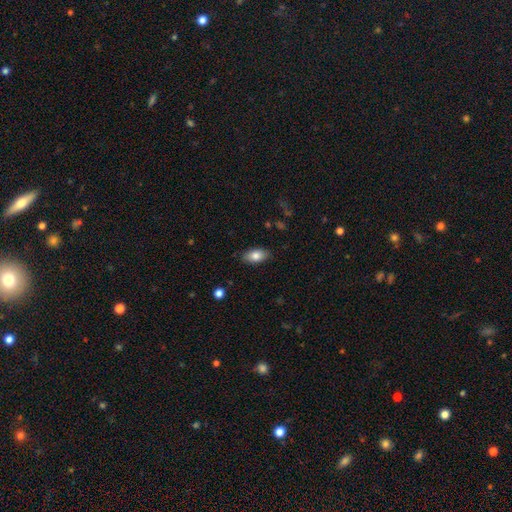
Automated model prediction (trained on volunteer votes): A smooth galaxy with no disk features (82%) that is in between round and cigar-shaped (92%).

Vote fractions:
- Smooth or featured? smooth: 82% / featured or disk: 11% / star or artifact: 7%
- How rounded? in between: 92% / round: 4% / cigar-shaped: 4%
- Merging? none: 86% / minor disturbance: 10% / major disturbance: 2% / merger: 1%